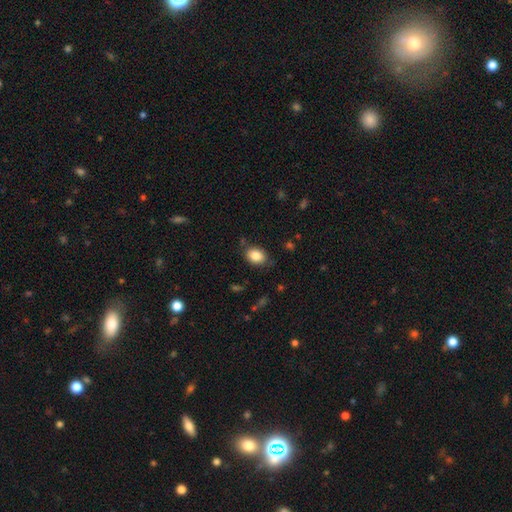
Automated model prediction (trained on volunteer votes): A smooth galaxy with no disk features (85%) that is in between round and cigar-shaped (69%). Merging: none (80%).